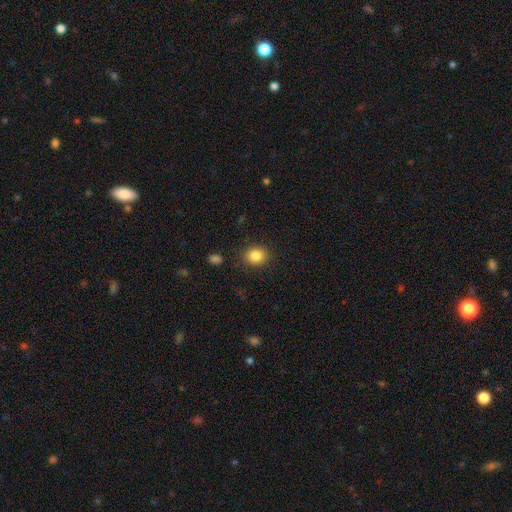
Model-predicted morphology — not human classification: This is clearly a smooth galaxy (85%). How rounded: likely round (67%). Merging: clearly none (85%).